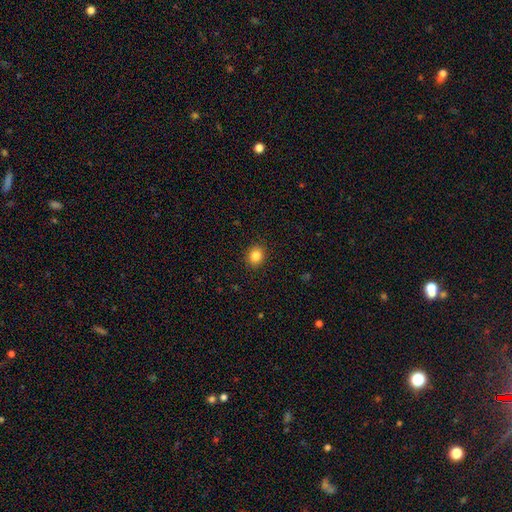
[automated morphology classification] Smooth or featured?
  - smooth: 84% *
  - star or artifact: 11%
  - featured or disk: 5%
How rounded?
  - round: 67% *
  - in between: 32%
  - cigar-shaped: 1%
Merging?
  - none: 90% *
  - minor disturbance: 7%
  - major disturbance: 2%
  - merger: 1%